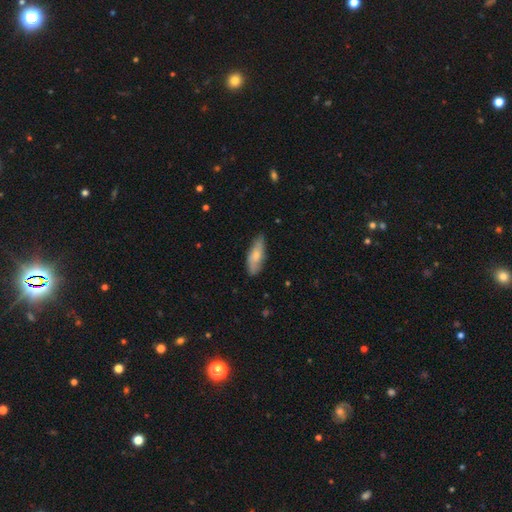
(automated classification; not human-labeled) This appears to be a smooth galaxy with no disk features (70%) that is in between round and cigar-shaped (64%). Merging: none (74%).